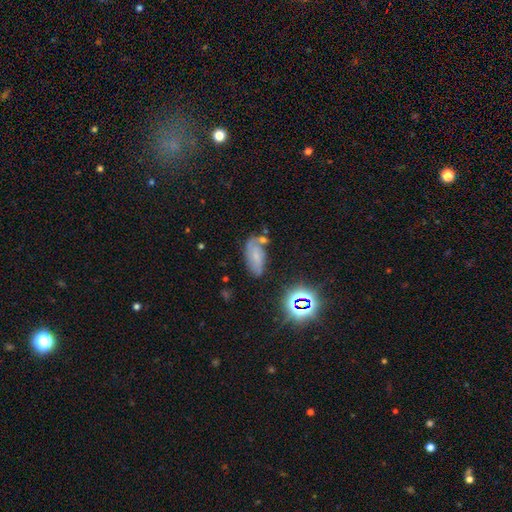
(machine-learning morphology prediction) This appears to be a smooth galaxy with no disk features (47%). Merging: none (58%).